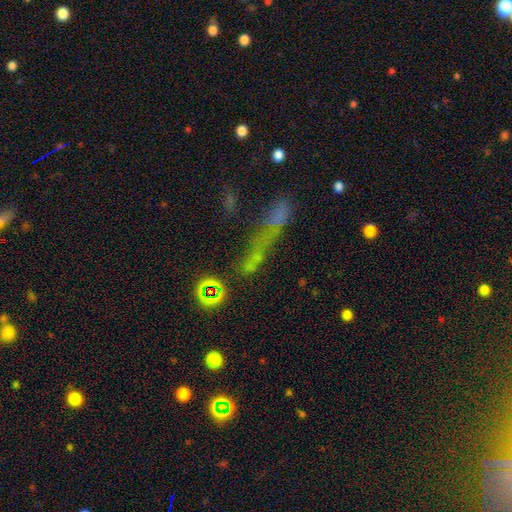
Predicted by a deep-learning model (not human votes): Q: Smooth or featured?
A: star or artifact (43%); runner-up: smooth (34%)